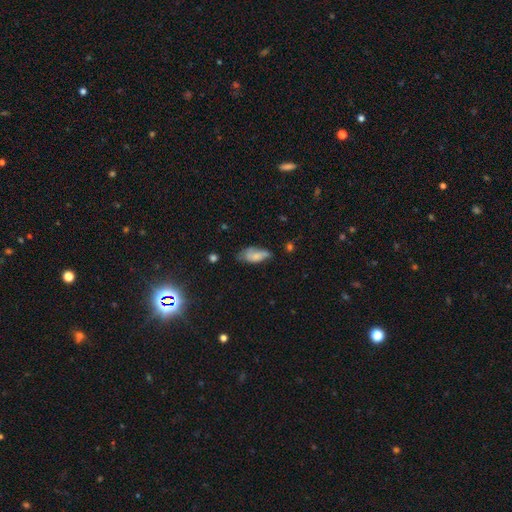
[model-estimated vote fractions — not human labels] Smooth or featured? smooth (63%)
How rounded? in between (84%)
Merging? none (40%)